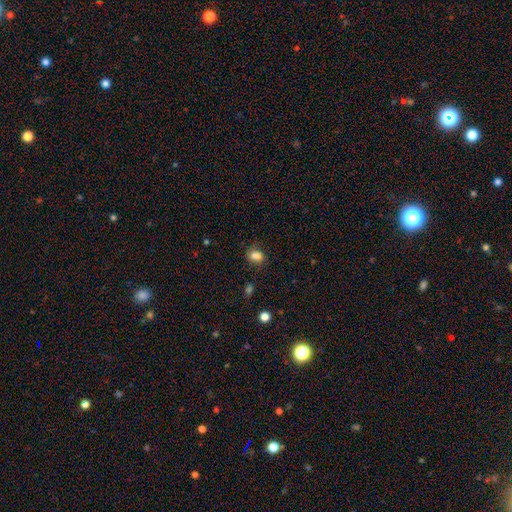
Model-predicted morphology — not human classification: Q: Smooth or featured?
A: smooth (80%); runner-up: star or artifact (11%)
Q: How rounded?
A: in between (64%); runner-up: round (35%)
Q: Merging?
A: none (67%); runner-up: minor disturbance (22%)